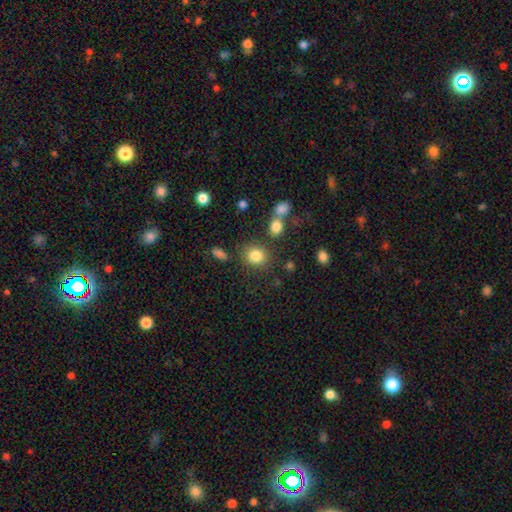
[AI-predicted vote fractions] This appears to be a smooth galaxy with no disk features (83%) that is round (78%). Merging: none (79%).